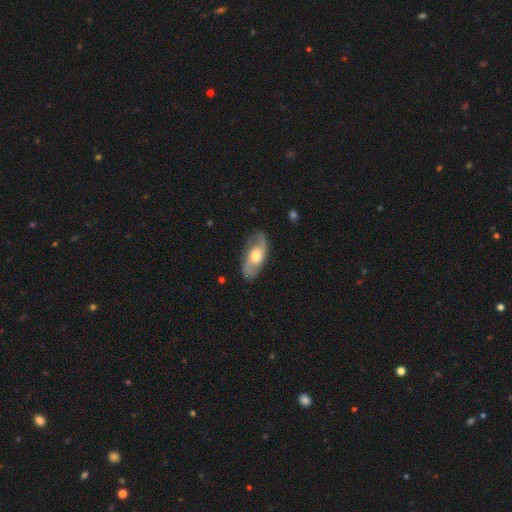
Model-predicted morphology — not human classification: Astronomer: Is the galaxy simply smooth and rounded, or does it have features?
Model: featured or disk — 64%.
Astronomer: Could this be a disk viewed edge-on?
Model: no — 89%.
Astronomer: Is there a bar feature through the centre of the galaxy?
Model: no — 66%.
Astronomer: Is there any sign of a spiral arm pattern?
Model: yes — 83%.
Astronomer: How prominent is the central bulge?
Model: moderate — 67%.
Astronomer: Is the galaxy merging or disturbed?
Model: none — 80%.